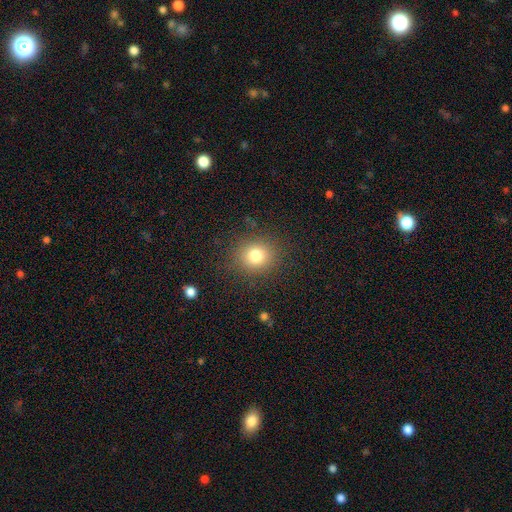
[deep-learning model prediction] A smooth galaxy with no disk features (78%) that is round (82%).

Vote fractions:
- Smooth or featured? smooth: 78% / star or artifact: 14% / featured or disk: 9%
- How rounded? round: 82% / in between: 17% / cigar-shaped: 1%
- Merging? none: 87% / minor disturbance: 8% / major disturbance: 4% / merger: 1%